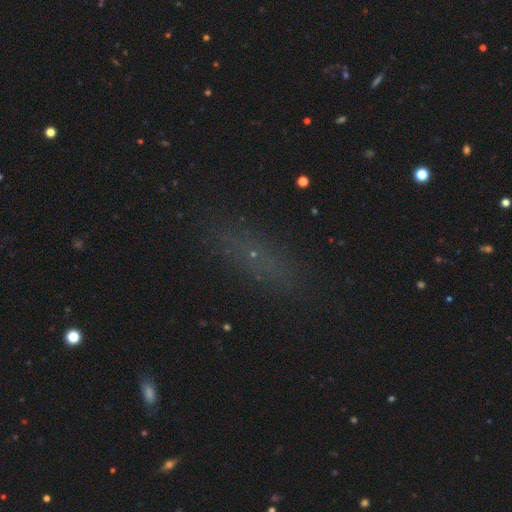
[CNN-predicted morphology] The model was most divided on "smooth or featured": smooth: 49%, star or artifact: 32%, featured or disk: 19%. More confident: merging — none (81%).